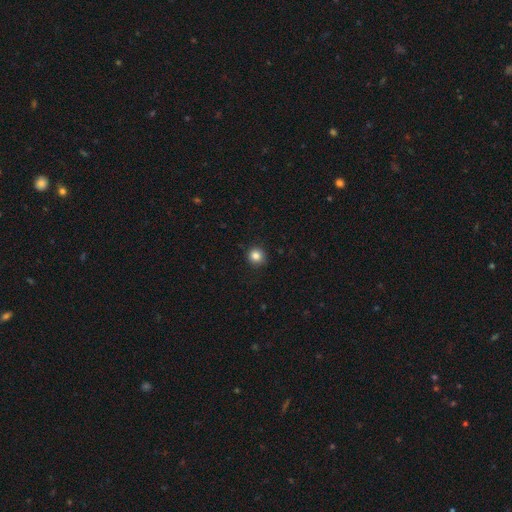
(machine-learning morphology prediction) Smooth or featured? Predicted: smooth (p=0.84). How rounded? Predicted: round (p=0.93). Merging? Predicted: none (p=0.91).